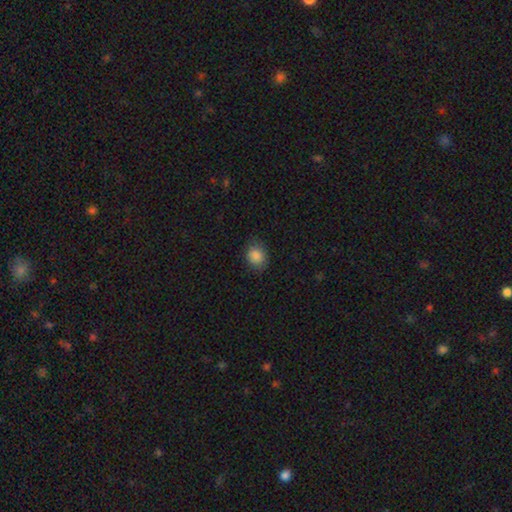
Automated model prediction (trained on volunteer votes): Smooth or featured? smooth (86%)
How rounded? round (53%)
Merging? none (79%)